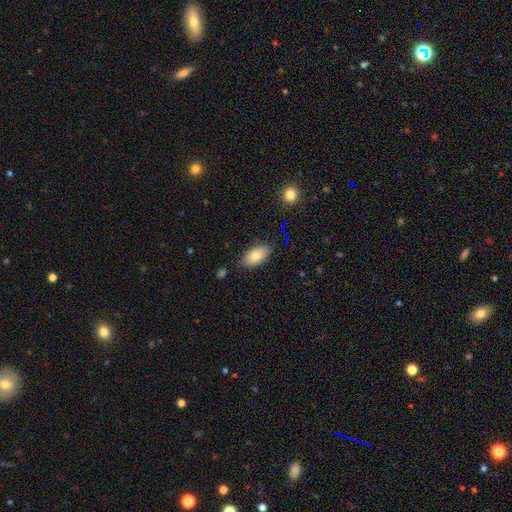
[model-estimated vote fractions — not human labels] Smooth or featured? Predicted: smooth (p=0.78). How rounded? Predicted: in between (p=0.92). Merging? Predicted: none (p=0.83).